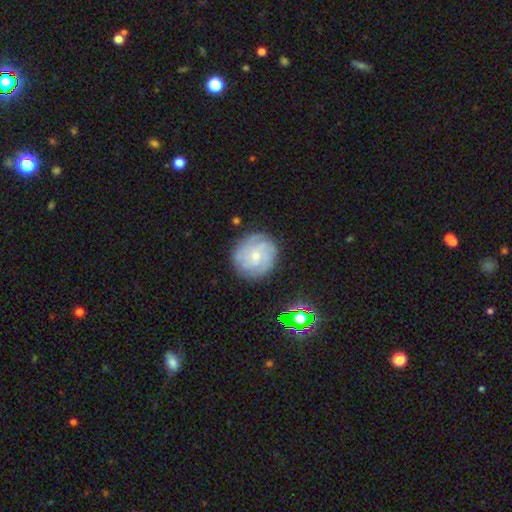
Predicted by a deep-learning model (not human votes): Smooth or featured?
  - featured or disk: 65% *
  - smooth: 26%
  - star or artifact: 9%
Edge-on disk?
  - no: 97% *
  - yes: 3%
Bar?
  - no: 72% *
  - weak: 24%
  - strong: 3%
Spiral arms?
  - yes: 88% *
  - no: 12%
Spiral winding?
  - tight: 62% *
  - medium: 29%
  - loose: 9%
Spiral arm count?
  - can't tell: 42% *
  - 3: 18%
  - 4: 16%
  - 2: 13%
  - more than 4: 6%
  - 1: 5%
Bulge size?
  - small: 68% *
  - moderate: 28%
  - none: 2%
  - large: 1%
  - dominant: 1%
Merging?
  - none: 80% *
  - minor disturbance: 14%
  - major disturbance: 4%
  - merger: 2%